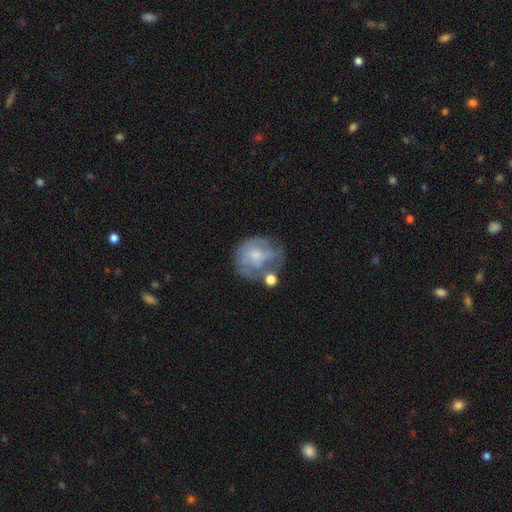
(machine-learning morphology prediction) A featured or disk galaxy (46%). Merging: none (37%).